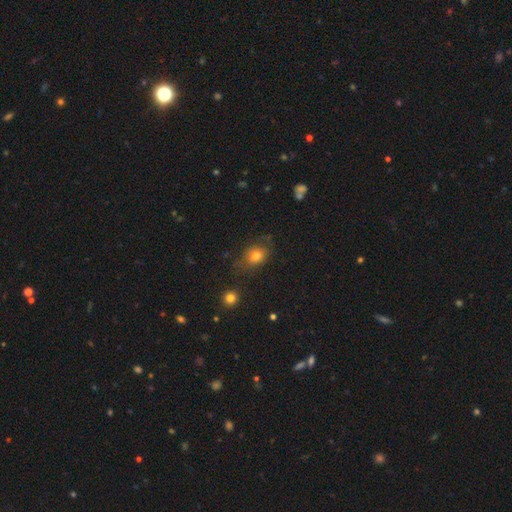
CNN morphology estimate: A smooth galaxy with no disk features (75%) that is in between round and cigar-shaped (59%).

Vote fractions:
- Smooth or featured? smooth: 75% / featured or disk: 13% / star or artifact: 12%
- How rounded? in between: 59% / round: 39% / cigar-shaped: 2%
- Merging? none: 65% / minor disturbance: 22% / major disturbance: 10% / merger: 3%